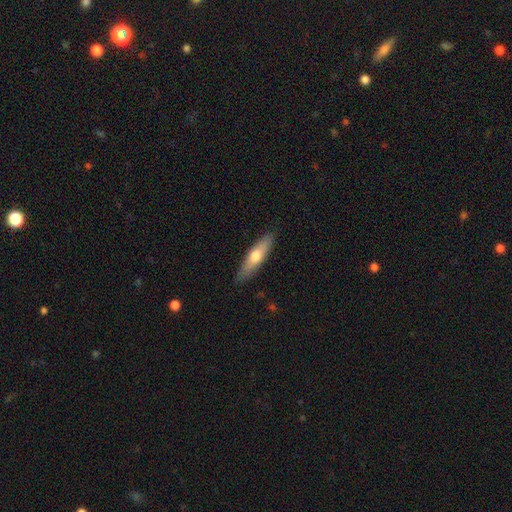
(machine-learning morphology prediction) Smooth or featured: smooth — 60% (featured or disk — 35%)
How rounded: cigar-shaped — 70% (in between — 28%)
Merging: none — 87% (minor disturbance — 10%)